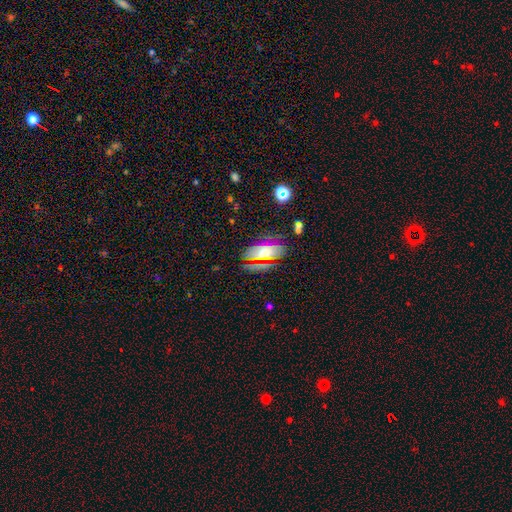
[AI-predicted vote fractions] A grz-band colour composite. It shows a smooth galaxy with no disk features (48%). Merging: none (72%).